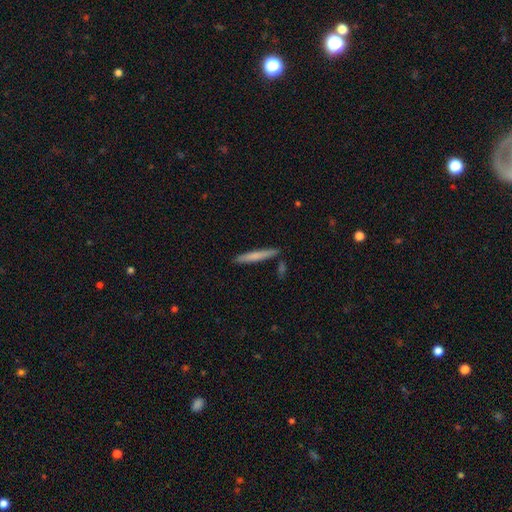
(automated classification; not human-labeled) Smooth or featured?
  - smooth: 71% *
  - featured or disk: 23%
  - star or artifact: 5%
How rounded?
  - cigar-shaped: 95% *
  - in between: 3%
  - round: 1%
Merging?
  - none: 87% *
  - minor disturbance: 8%
  - merger: 3%
  - major disturbance: 2%